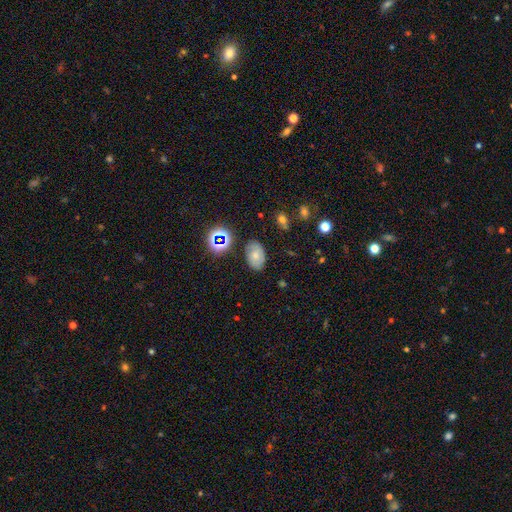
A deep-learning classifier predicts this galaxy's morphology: Smooth or featured? smooth (57%)
How rounded? in between (87%)
Merging? none (79%)